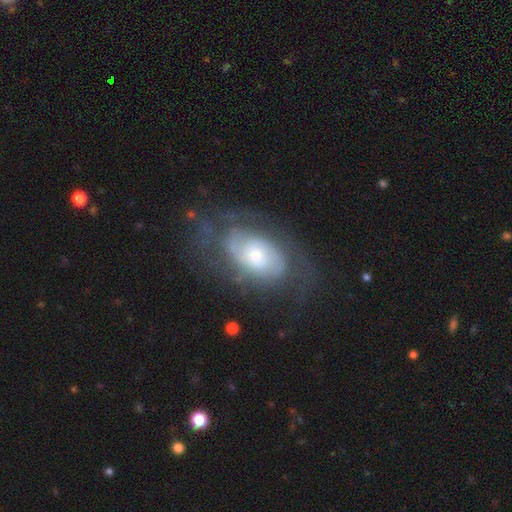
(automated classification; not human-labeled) A featured or disk galaxy (73%) with no bar (74%), can't tell (40%, tied with 2) tight (56%) spiral arms (84%) and a moderate central bulge (44%).

Vote fractions:
- Smooth or featured? featured or disk: 73% / smooth: 20% / star or artifact: 7%
- Edge-on disk? no: 95% / yes: 5%
- Bar? no: 74% / weak: 22% / strong: 4%
- Spiral arms? yes: 84% / no: 16%
- Spiral winding? tight: 56% / medium: 31% / loose: 13%
- Spiral arm count? can't tell: 40% (tied) / 2: 40% (tied) / 3: 8% / 1: 5% / 4: 4% / more than 4: 3%
- Bulge size? moderate: 44% / small: 42% / large: 10% / none: 2% / dominant: 2%
- Merging? none: 61% / minor disturbance: 20% / major disturbance: 17% / merger: 2%